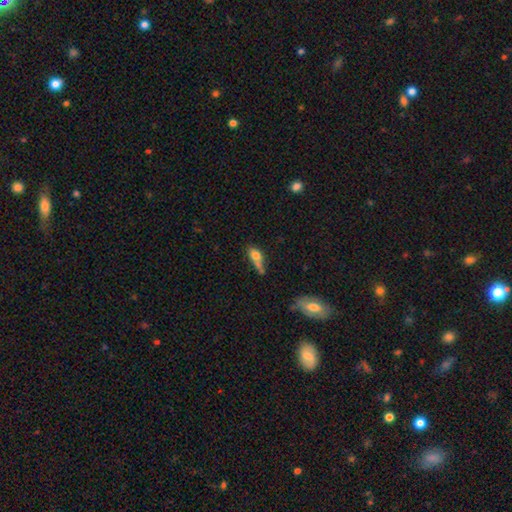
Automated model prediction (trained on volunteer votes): Morphology: type=smooth (71%); roundness=in between (70%); merging=merger (37%).